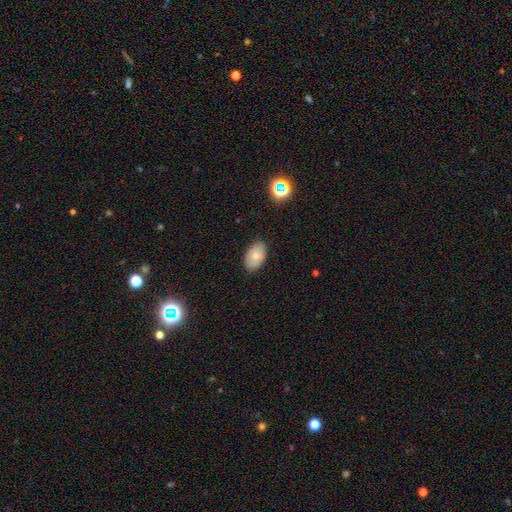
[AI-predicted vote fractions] Smooth or featured: smooth — 72% (featured or disk — 20%)
How rounded: in between — 90% (round — 9%)
Merging: none — 85% (minor disturbance — 11%)